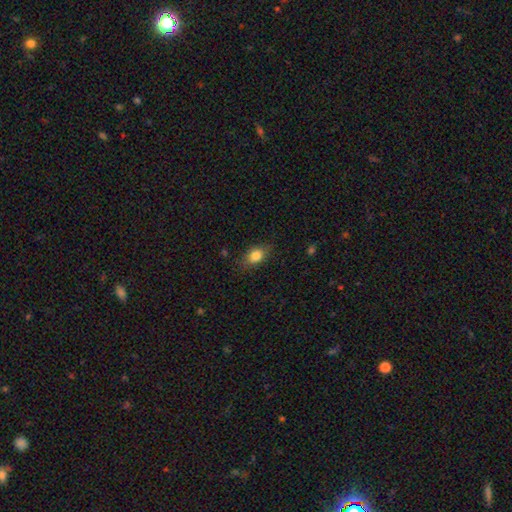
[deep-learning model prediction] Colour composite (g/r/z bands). It shows a smooth galaxy with no disk features (81%) that is in between round and cigar-shaped (75%). Merging: none (78%).